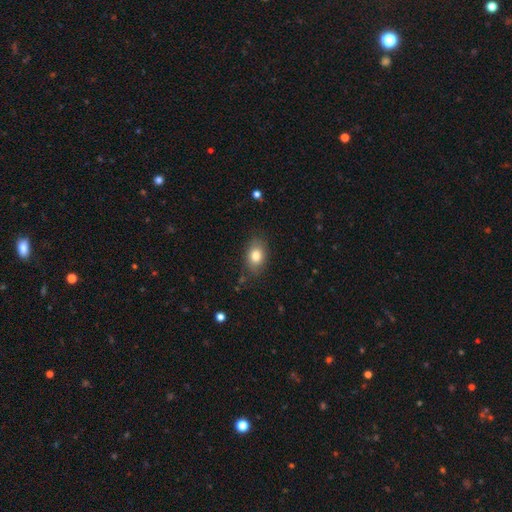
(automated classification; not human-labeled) Q: Smooth or featured?
A: smooth (82%); runner-up: featured or disk (9%)
Q: How rounded?
A: in between (80%); runner-up: round (18%)
Q: Merging?
A: none (82%); runner-up: minor disturbance (13%)